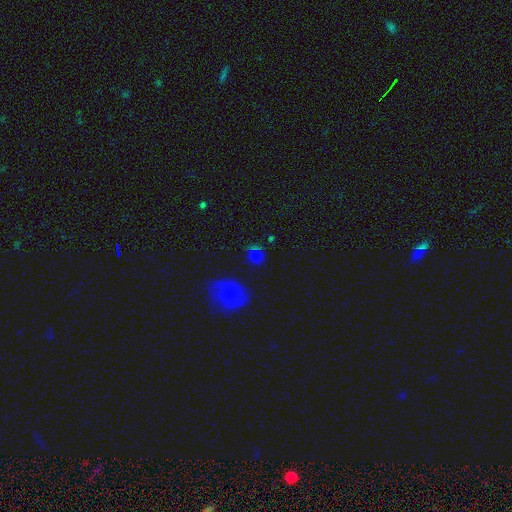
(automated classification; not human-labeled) Smooth or featured? smooth (64%)
How rounded? round (78%)
Merging? none (72%)